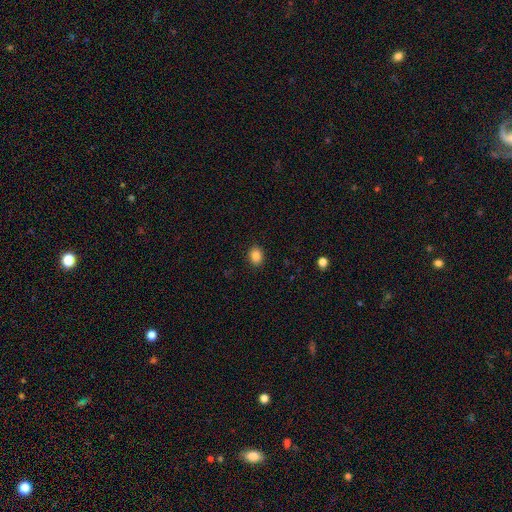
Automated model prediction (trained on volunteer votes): smooth-or-featured: smooth: 87% | star or artifact: 10% | featured or disk: 4%
  how-rounded: round: 52% | in between: 48% | cigar-shaped: 1%
  merging: none: 90% | minor disturbance: 7% | major disturbance: 2% | merger: 1%